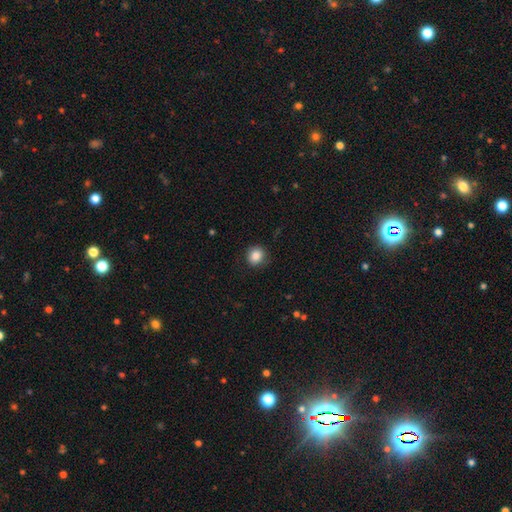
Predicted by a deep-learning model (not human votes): Smooth or featured? Predicted: smooth (p=0.86). How rounded? Predicted: round (p=0.86). Merging? Predicted: none (p=0.85).